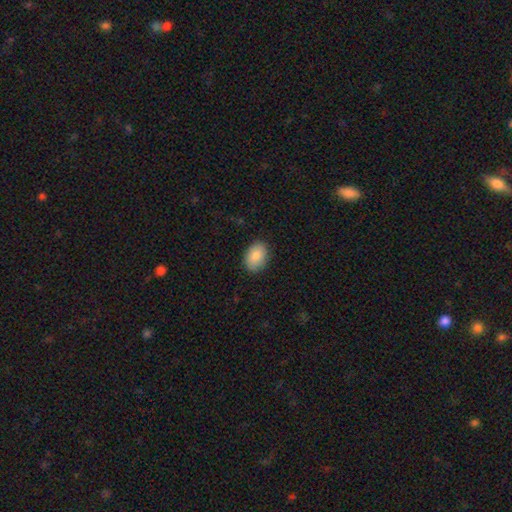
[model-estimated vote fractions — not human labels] Smooth or featured? smooth (87%)
How rounded? in between (86%)
Merging? none (86%)